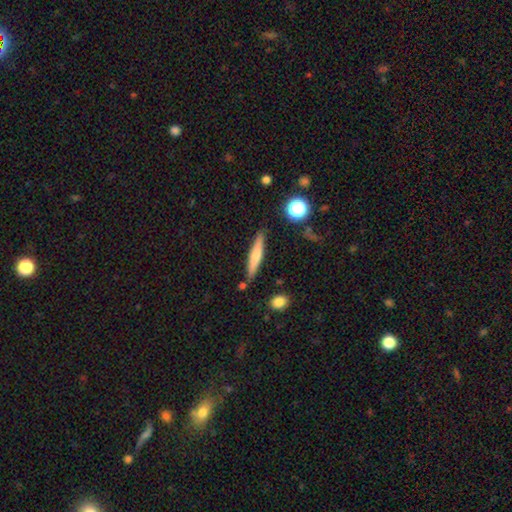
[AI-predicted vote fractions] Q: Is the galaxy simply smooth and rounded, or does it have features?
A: smooth — 60%.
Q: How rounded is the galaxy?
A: cigar-shaped — 90%.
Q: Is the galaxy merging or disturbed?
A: none — 83%.